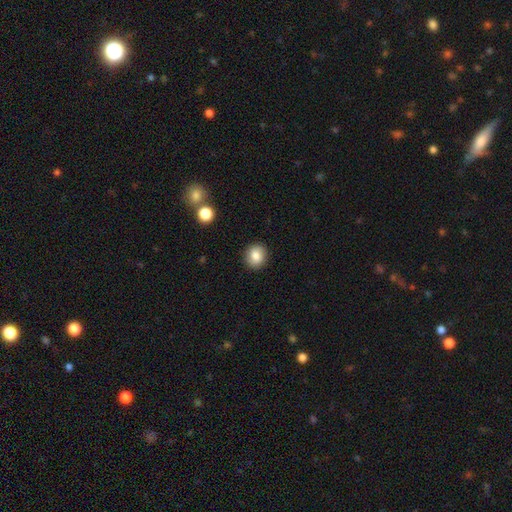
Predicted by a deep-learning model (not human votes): This is clearly a smooth galaxy (84%). How rounded: clearly round (80%). Merging: clearly none (90%).